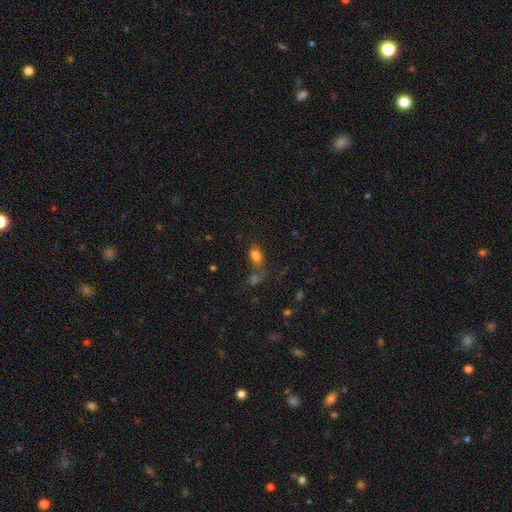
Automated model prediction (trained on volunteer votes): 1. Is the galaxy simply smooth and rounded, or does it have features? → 77% smooth, 15% star or artifact, 8% featured or disk.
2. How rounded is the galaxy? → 85% in between, 12% round, 3% cigar-shaped.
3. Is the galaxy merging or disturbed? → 44% none, 34% merger, 14% minor disturbance, 8% major disturbance.